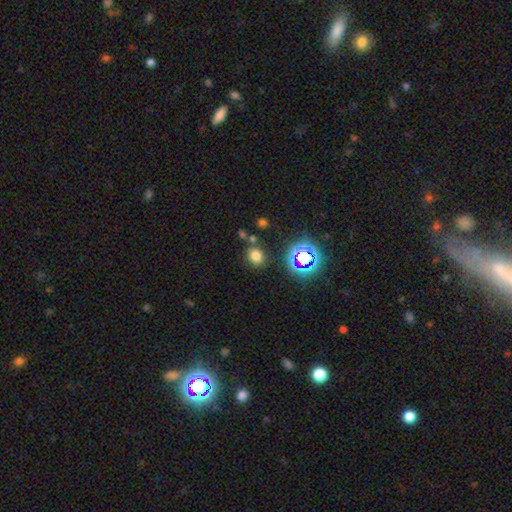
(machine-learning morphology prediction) type=smooth (71%); roundness=round (61%); merging=none (80%).